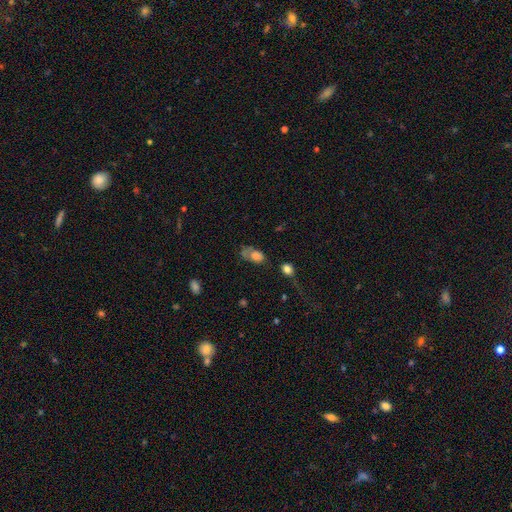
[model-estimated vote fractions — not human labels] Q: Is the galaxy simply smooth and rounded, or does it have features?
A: smooth — 69%.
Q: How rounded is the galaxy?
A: in between — 83%.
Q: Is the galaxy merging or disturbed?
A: major disturbance — 34%.